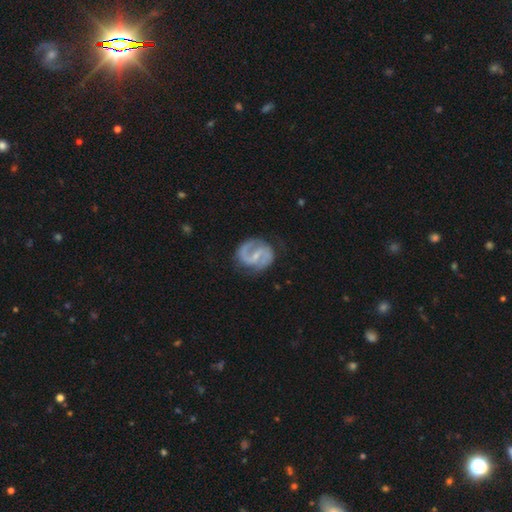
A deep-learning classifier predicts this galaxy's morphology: smooth-or-featured: featured or disk: 88% | smooth: 8% | star or artifact: 4%
  disk-edge-on: no: 98% | yes: 2%
    bar: weak: 49% | strong: 31% | no: 19%
    has-spiral-arms: yes: 96% | no: 4%
      spiral-winding: medium: 56% | loose: 23% | tight: 21%
      spiral-arm-count: 2: 90% | 1: 4% | can't tell: 3% | 3: 1% | 4: 1% | more than 4: 1%
    bulge-size: small: 65% | moderate: 21% | none: 12% | large: 1% | dominant: 1%
  merging: none: 76% | minor disturbance: 16% | major disturbance: 6% | merger: 2%